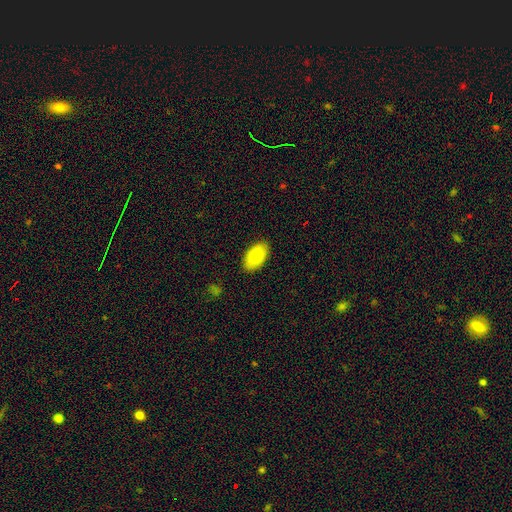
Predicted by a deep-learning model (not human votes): Q: Smooth or featured?
A: smooth (88%); runner-up: star or artifact (6%)
Q: How rounded?
A: in between (95%); runner-up: round (3%)
Q: Merging?
A: none (87%); runner-up: minor disturbance (10%)